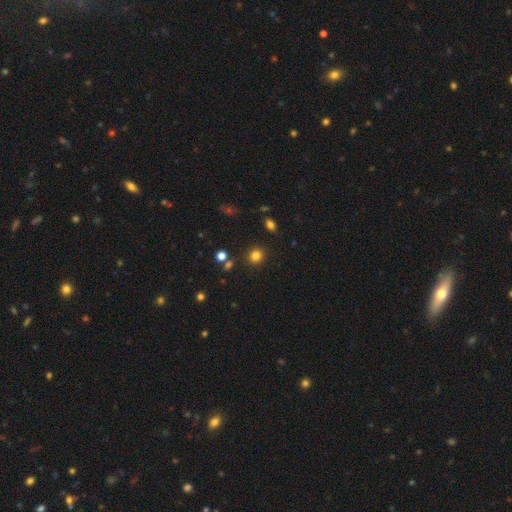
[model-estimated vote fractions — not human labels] Smooth or featured?
  - smooth: 81% *
  - star or artifact: 14%
  - featured or disk: 5%
How rounded?
  - round: 88% *
  - in between: 11%
  - cigar-shaped: 1%
Merging?
  - none: 87% *
  - minor disturbance: 7%
  - merger: 3%
  - major disturbance: 3%